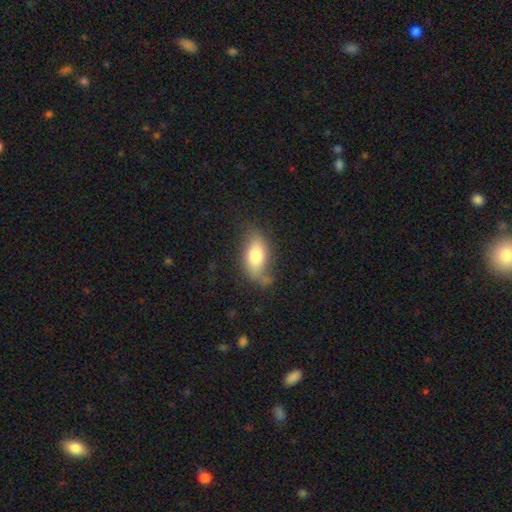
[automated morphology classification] A smooth galaxy with no disk features (70%) that is in between round and cigar-shaped (88%). Merging: none (60%).